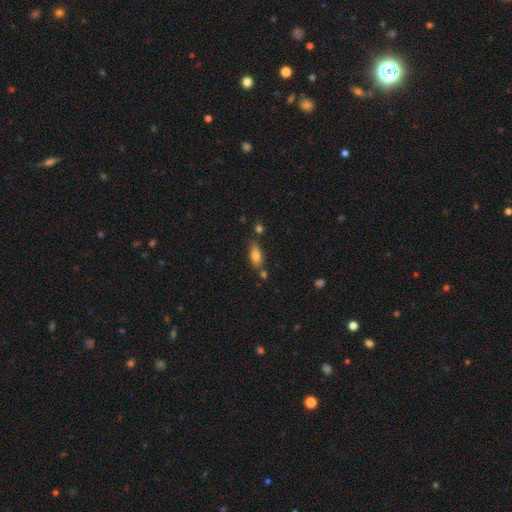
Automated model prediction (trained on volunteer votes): Smooth or featured? smooth (76%)
How rounded? in between (79%)
Merging? none (68%)